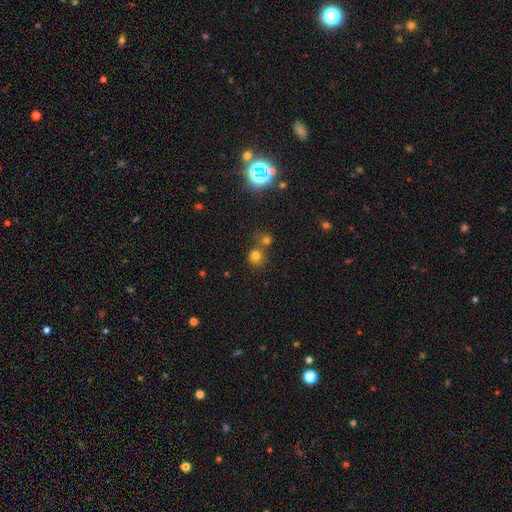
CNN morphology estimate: A smooth galaxy with no disk features (74%) that is round (87%). Merging: none (57%).